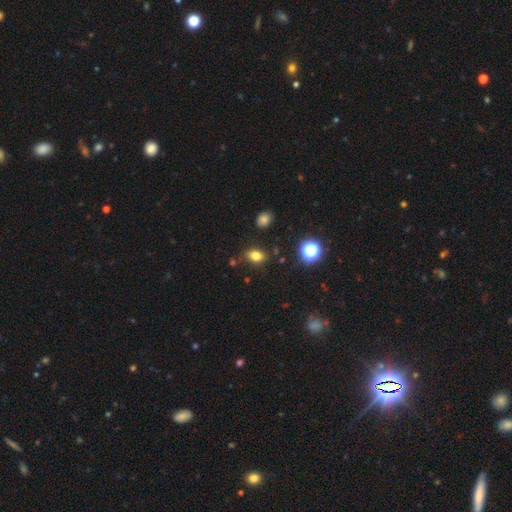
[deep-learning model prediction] smooth_or_featured: smooth (p=0.78) [alt: star or artifact p=0.14]
how_rounded: in between (p=0.77) [alt: round p=0.21]
merging: none (p=0.82) [alt: minor disturbance p=0.12]